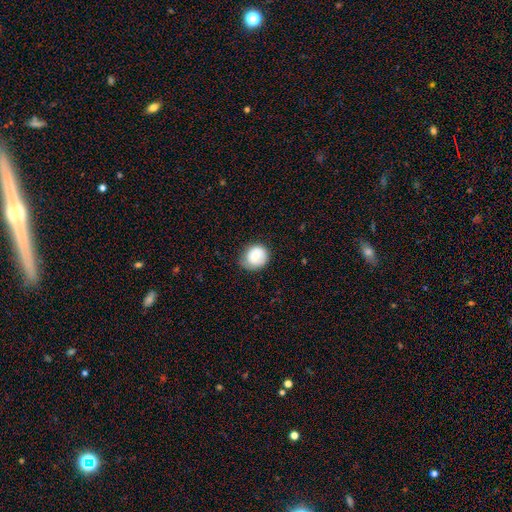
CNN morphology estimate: Overall: smooth (76%). How rounded: round (78%). Merging: none (67%).